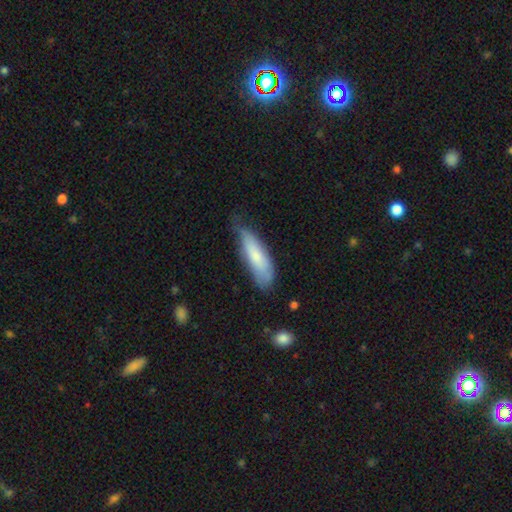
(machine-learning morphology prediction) Smooth or featured?
  - smooth: 74% *
  - featured or disk: 20%
  - star or artifact: 6%
How rounded?
  - cigar-shaped: 53% *
  - in between: 46%
  - round: 2%
Merging?
  - none: 46% *
  - minor disturbance: 40%
  - major disturbance: 11%
  - merger: 2%